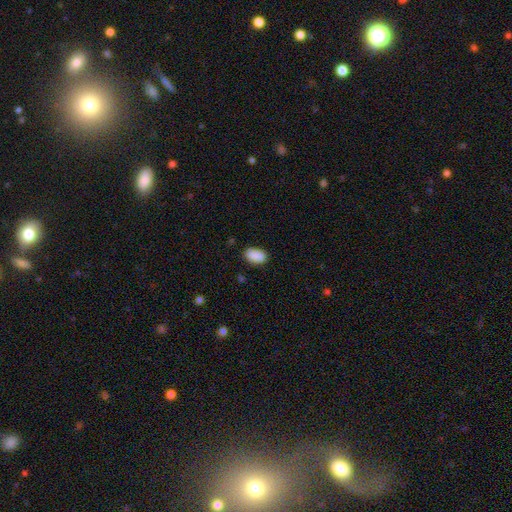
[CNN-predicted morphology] This is clearly a smooth galaxy (90%). How rounded: clearly in between (92%). Merging: clearly none (86%).